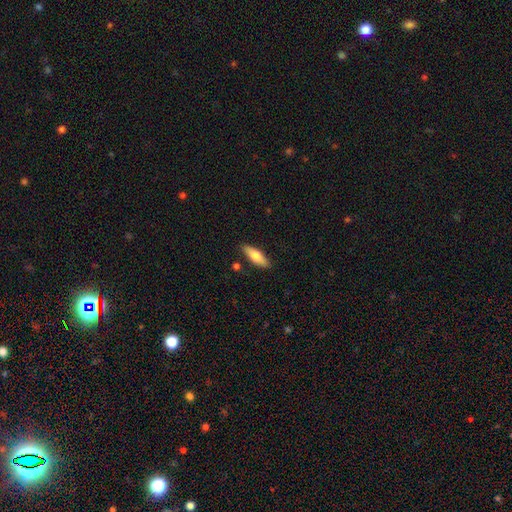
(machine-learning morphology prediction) Smooth or featured: smooth — 71% (featured or disk — 23%)
How rounded: in between — 57% (cigar-shaped — 41%)
Merging: none — 84% (minor disturbance — 11%)